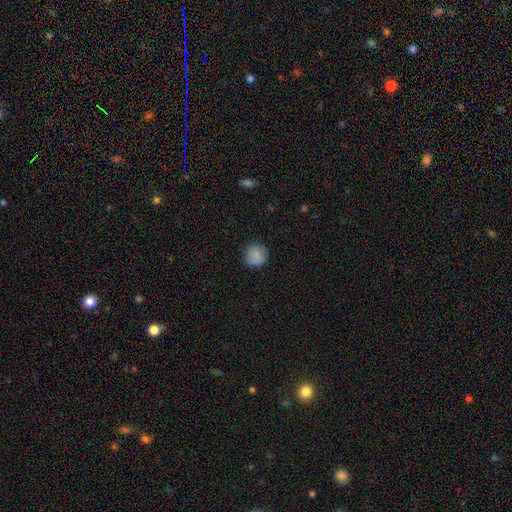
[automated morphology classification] Smooth or featured?
  - smooth: 81% *
  - featured or disk: 10%
  - star or artifact: 9%
How rounded?
  - round: 90% *
  - in between: 9%
  - cigar-shaped: 1%
Merging?
  - none: 81% *
  - minor disturbance: 14%
  - major disturbance: 4%
  - merger: 1%